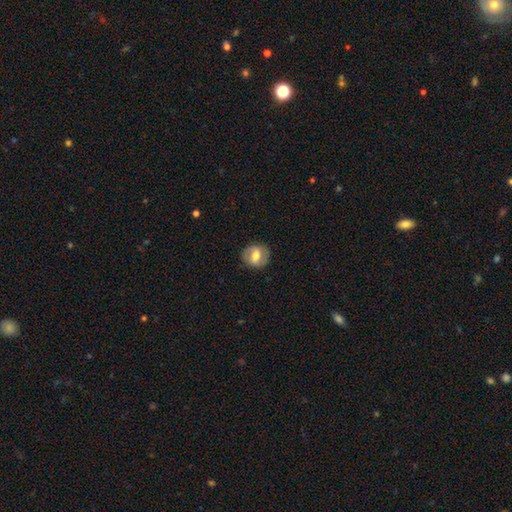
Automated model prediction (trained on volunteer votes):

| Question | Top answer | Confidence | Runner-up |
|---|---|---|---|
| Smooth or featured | smooth | 47% | featured or disk (46%) |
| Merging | none | 83% | minor disturbance (12%) |